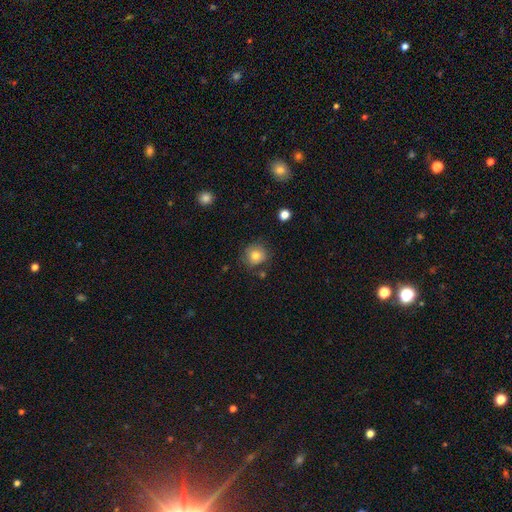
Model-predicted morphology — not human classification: type=smooth (79%); roundness=round (89%); merging=none (76%).